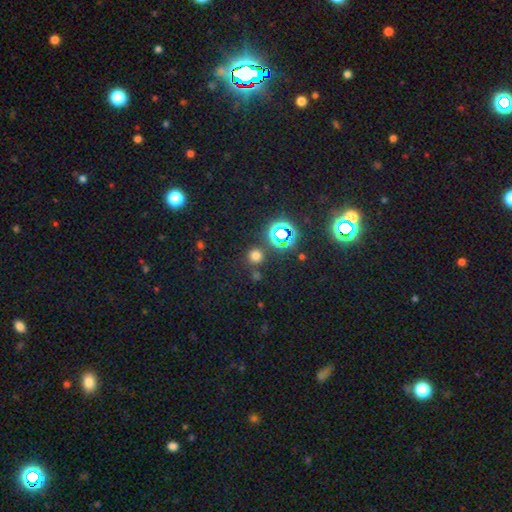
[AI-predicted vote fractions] The model was most divided on "smooth or featured": smooth: 64%, star or artifact: 31%, featured or disk: 6%. More confident: how rounded — round (92%); merging — none (81%).